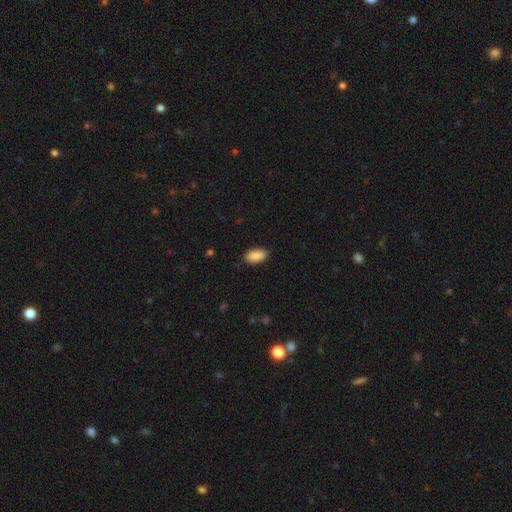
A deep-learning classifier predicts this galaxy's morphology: The model was most divided on "merging": none: 86%, minor disturbance: 10%, major disturbance: 2%, merger: 1%. More confident: how rounded — in between (94%); smooth or featured — smooth (90%).